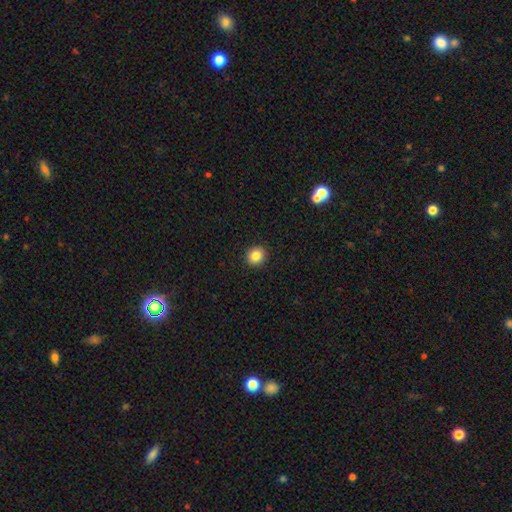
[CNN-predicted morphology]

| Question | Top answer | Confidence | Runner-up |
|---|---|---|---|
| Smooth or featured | smooth | 85% | star or artifact (10%) |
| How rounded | round | 85% | in between (14%) |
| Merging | none | 92% | minor disturbance (5%) |